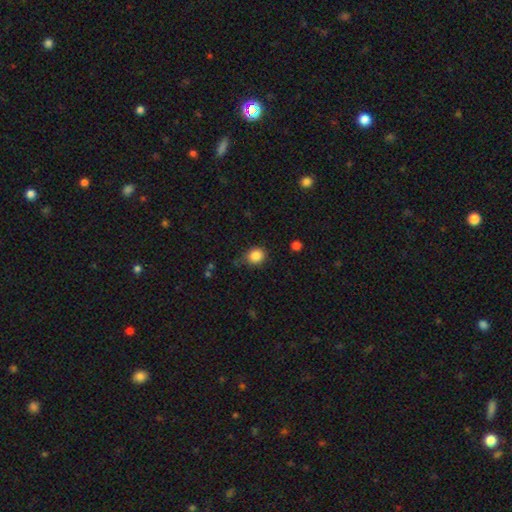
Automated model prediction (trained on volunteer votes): Smooth or featured? Predicted: smooth (p=0.86). How rounded? Predicted: round (p=0.79). Merging? Predicted: none (p=0.66).